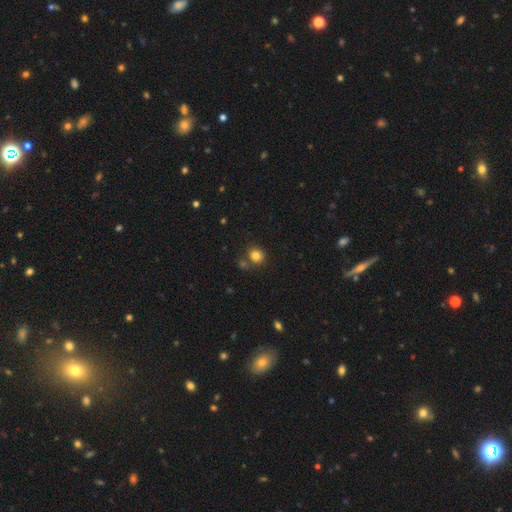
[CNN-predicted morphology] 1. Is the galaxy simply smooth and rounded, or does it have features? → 81% smooth, 11% star or artifact, 8% featured or disk.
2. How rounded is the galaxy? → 76% round, 23% in between, 1% cigar-shaped.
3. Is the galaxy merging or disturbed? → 70% none, 15% merger, 12% minor disturbance, 4% major disturbance.